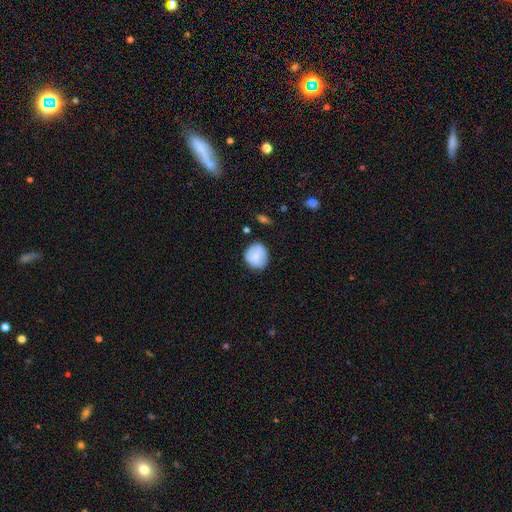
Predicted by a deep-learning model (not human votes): Smooth or featured? smooth (82%)
How rounded? round (84%)
Merging? none (78%)